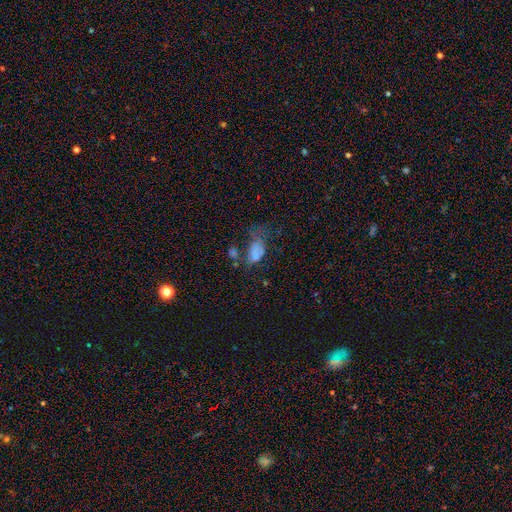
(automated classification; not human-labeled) Morphology: type=smooth (49%); merging=major disturbance (36%).